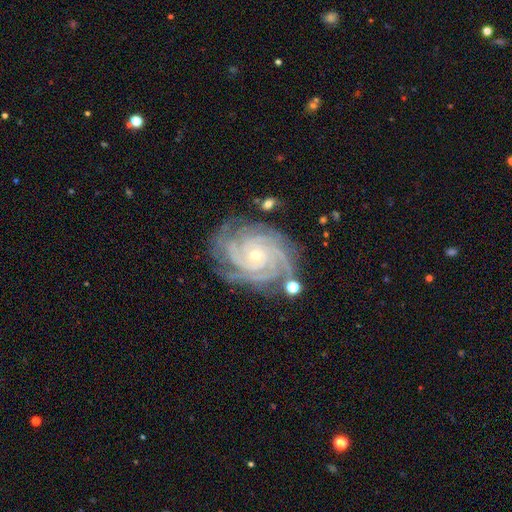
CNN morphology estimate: A featured or disk galaxy (92%) with no bar (78%), 4 (41%) tight (80%) spiral arms (99%) and a small central bulge (72%). Merging: none (76%).